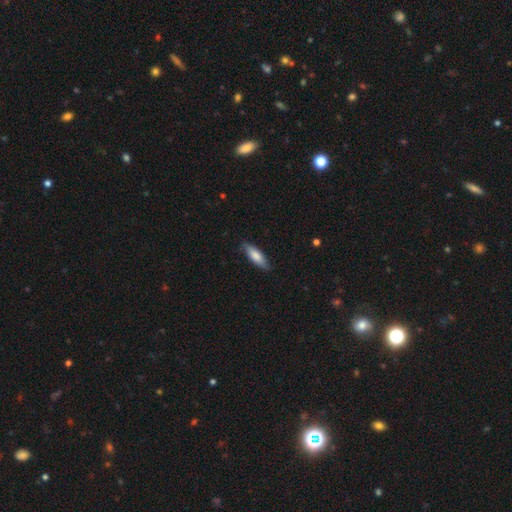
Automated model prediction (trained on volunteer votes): This appears to be a smooth galaxy with no disk features (77%) that is in between round and cigar-shaped (53%). Merging: none (82%).